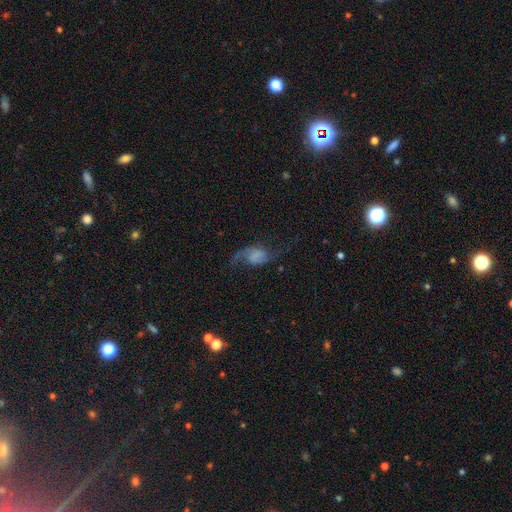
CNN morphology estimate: Smooth or featured? featured or disk (72%)
Edge-on disk? no (97%)
Bar? no (44%)
Spiral arms? yes (92%)
Spiral winding? loose (81%)
Spiral arm count? 2 (91%)
Bulge size? none (59%)
Merging? none (56%)